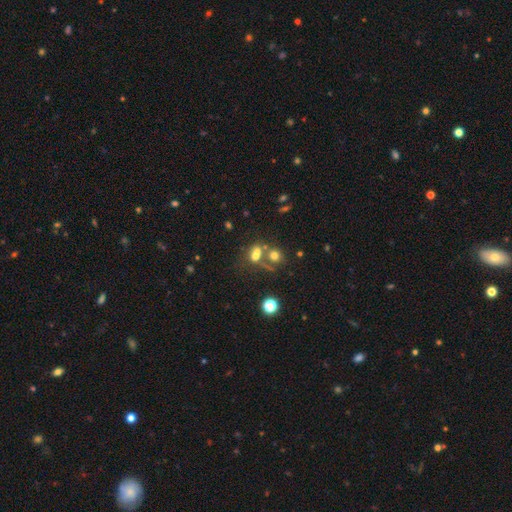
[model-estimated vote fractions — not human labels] The model was most divided on "merging": merger: 48%, none: 32%, minor disturbance: 10%, major disturbance: 9%. More confident: smooth or featured — smooth (61%); how rounded — in between (60%).